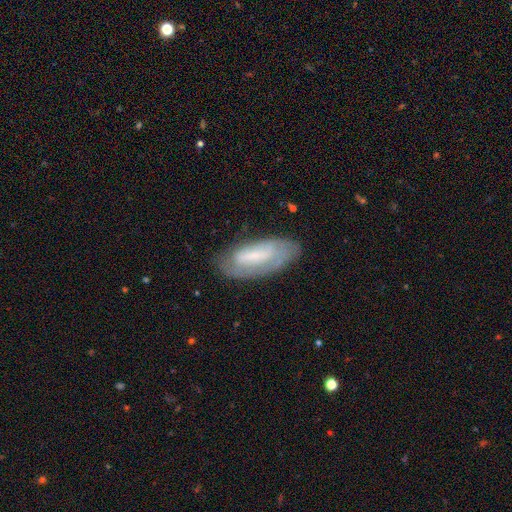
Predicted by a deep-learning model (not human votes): Q: Smooth or featured?
A: featured or disk (50%); runner-up: smooth (43%)
Q: Merging?
A: none (67%); runner-up: minor disturbance (23%)